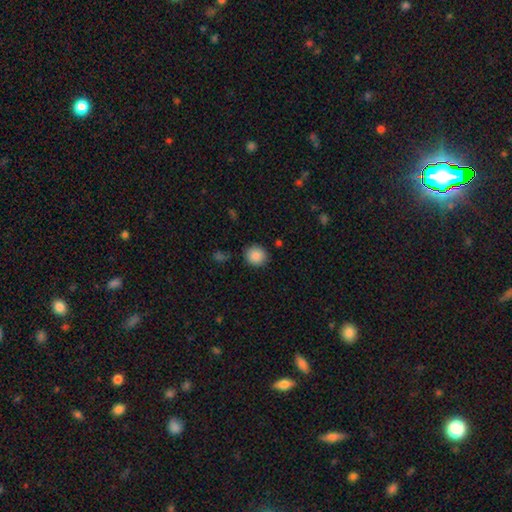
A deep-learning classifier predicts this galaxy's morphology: A smooth galaxy with no disk features (88%) that is round (89%).

Vote fractions:
- Smooth or featured? smooth: 88% / star or artifact: 8% / featured or disk: 4%
- How rounded? round: 89% / in between: 10% / cigar-shaped: 1%
- Merging? none: 89% / minor disturbance: 7% / major disturbance: 2% / merger: 2%